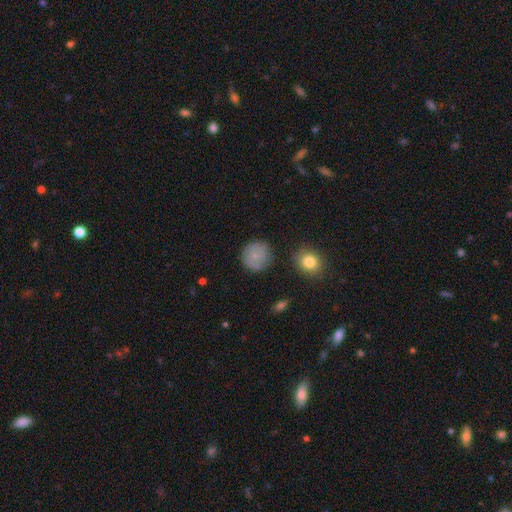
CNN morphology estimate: Q: Smooth or featured?
A: smooth (74%); runner-up: featured or disk (17%)
Q: How rounded?
A: round (92%); runner-up: in between (7%)
Q: Merging?
A: none (79%); runner-up: minor disturbance (14%)